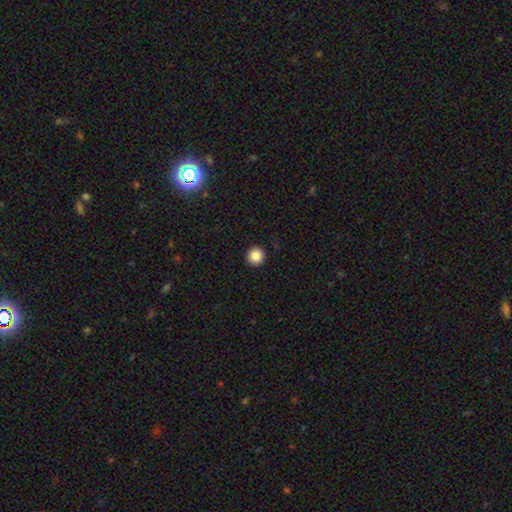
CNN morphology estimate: Smooth or featured? Predicted: smooth (p=0.86). How rounded? Predicted: round (p=0.96). Merging? Predicted: none (p=0.93).